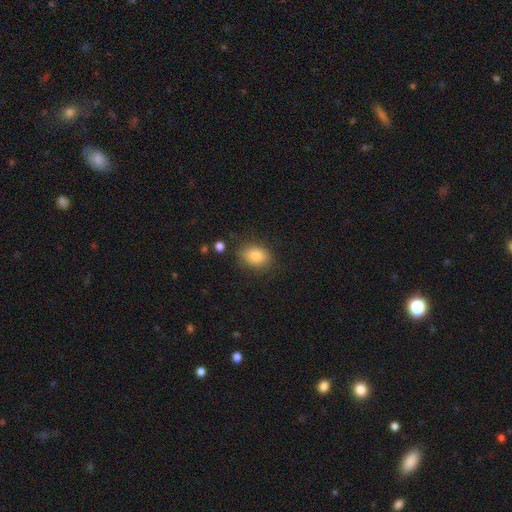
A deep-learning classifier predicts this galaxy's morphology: smooth 84%, star or artifact 9%, featured or disk 7%. Down the decision tree: how rounded — in between (67%); merging — none (80%).